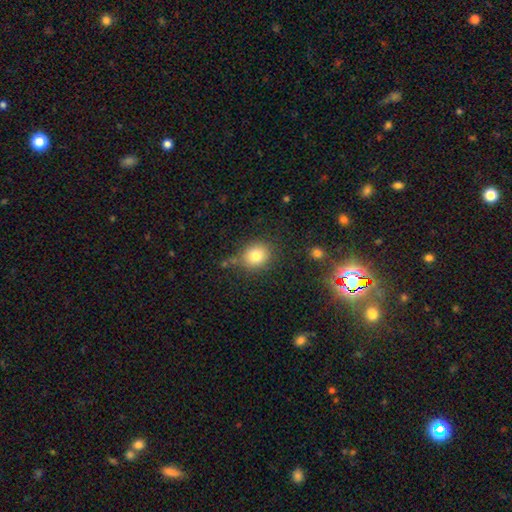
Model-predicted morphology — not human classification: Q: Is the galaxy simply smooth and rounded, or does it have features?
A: smooth — 79%.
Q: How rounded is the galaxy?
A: round — 76%.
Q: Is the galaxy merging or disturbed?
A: none — 77%.